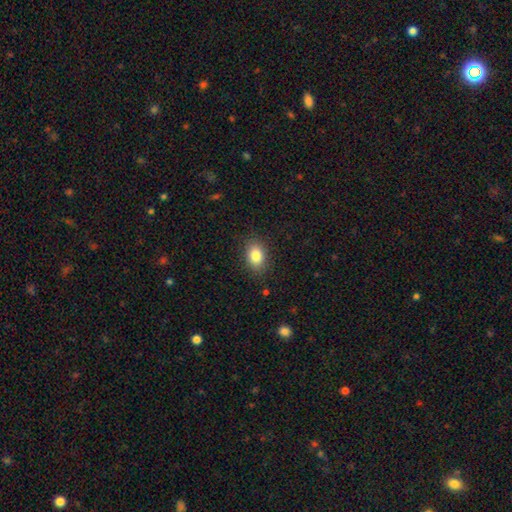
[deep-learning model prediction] smooth 83%, star or artifact 9%, featured or disk 8%. Down the decision tree: how rounded — in between (79%); merging — none (86%).